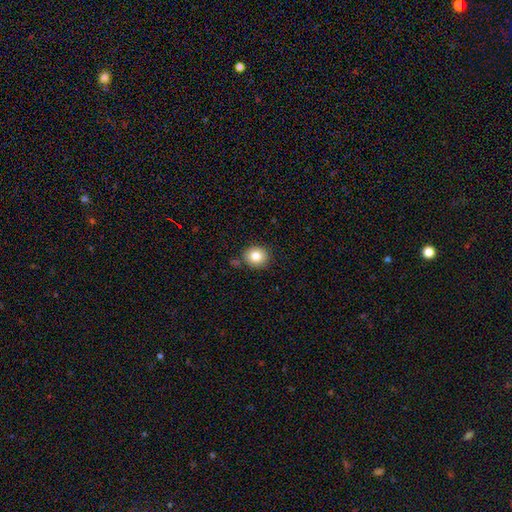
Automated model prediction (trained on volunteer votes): Smooth or featured?
  - smooth: 82% *
  - star or artifact: 11%
  - featured or disk: 8%
How rounded?
  - round: 84% *
  - in between: 15%
  - cigar-shaped: 1%
Merging?
  - none: 85% *
  - minor disturbance: 10%
  - merger: 3%
  - major disturbance: 2%